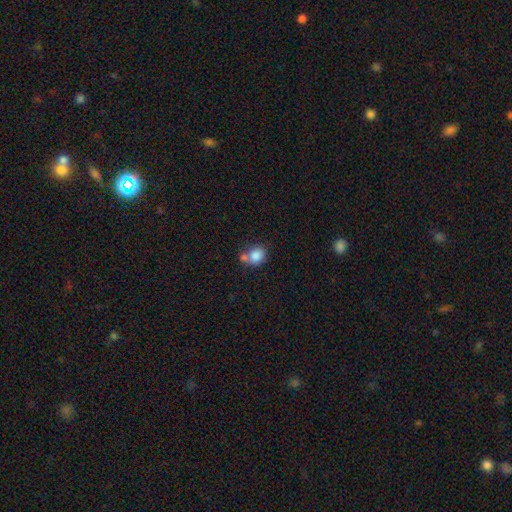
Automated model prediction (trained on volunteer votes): This is clearly a smooth galaxy (83%). How rounded: likely round (61%). Merging: marginally none (44%).